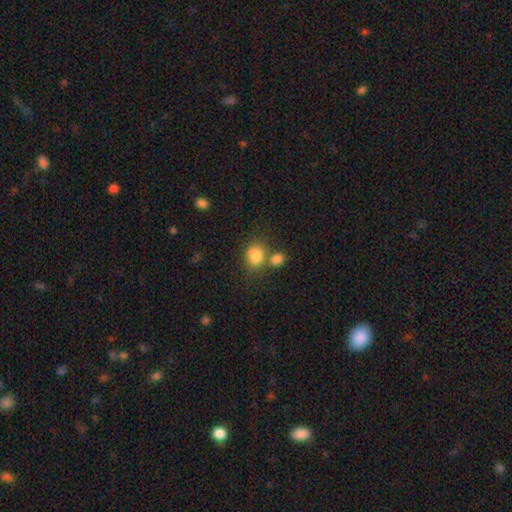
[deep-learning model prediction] smooth-or-featured: smooth: 82% | star or artifact: 11% | featured or disk: 8%
  how-rounded: in between: 50% | round: 49% | cigar-shaped: 1%
  merging: none: 47% | merger: 33% | minor disturbance: 14% | major disturbance: 6%